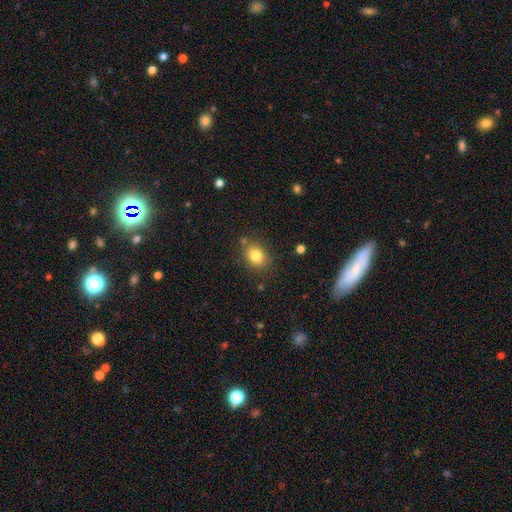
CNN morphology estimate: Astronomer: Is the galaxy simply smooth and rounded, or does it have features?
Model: smooth — 81%.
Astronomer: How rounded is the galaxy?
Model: in between — 54% (runner-up: round, 45%).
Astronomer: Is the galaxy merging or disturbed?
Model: none — 79%.